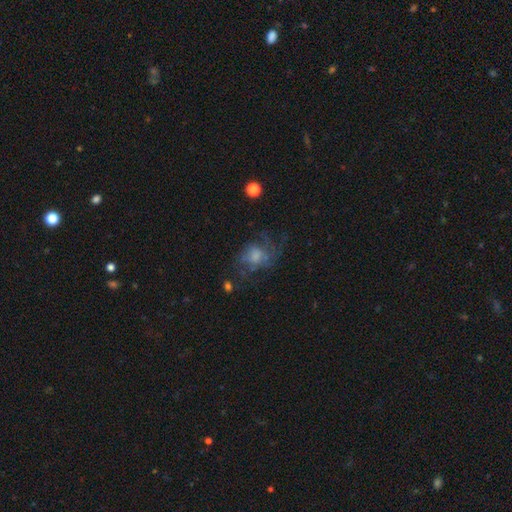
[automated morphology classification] A featured or disk galaxy (50%).

Vote fractions:
- Smooth or featured? featured or disk: 50% / smooth: 32% / star or artifact: 18%
- Merging? none: 48% / major disturbance: 30% / minor disturbance: 20% / merger: 3%